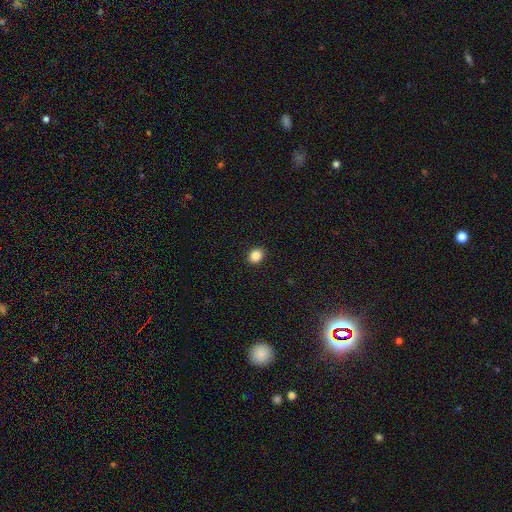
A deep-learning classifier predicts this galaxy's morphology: Overall: smooth (87%). How rounded: round (58%; in between 41%). Merging: none (92%).